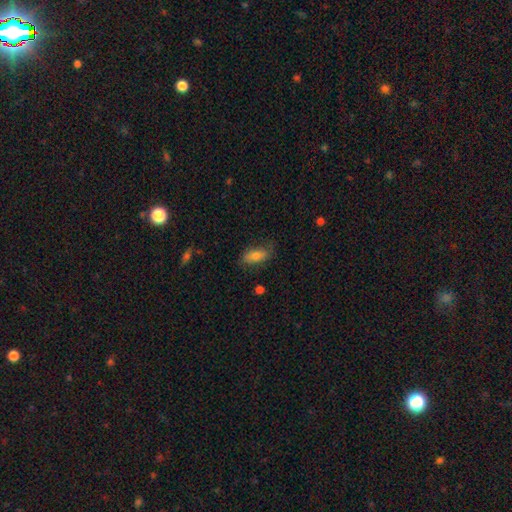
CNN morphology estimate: The model was most divided on "merging": none: 70%, minor disturbance: 22%, major disturbance: 7%, merger: 1%. More confident: how rounded — in between (86%); smooth or featured — smooth (72%).